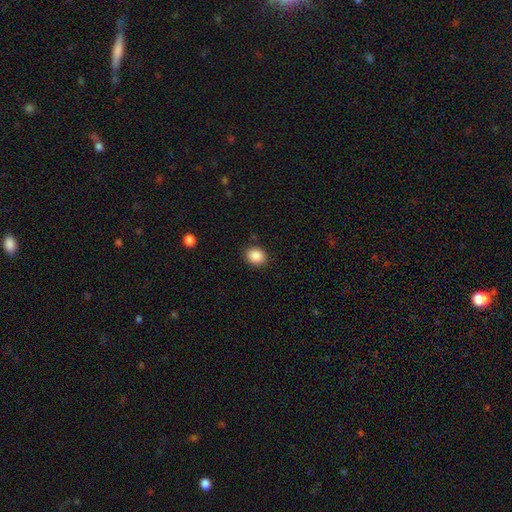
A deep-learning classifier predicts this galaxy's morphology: Smooth or featured? smooth (88%)
How rounded? round (61%)
Merging? none (88%)